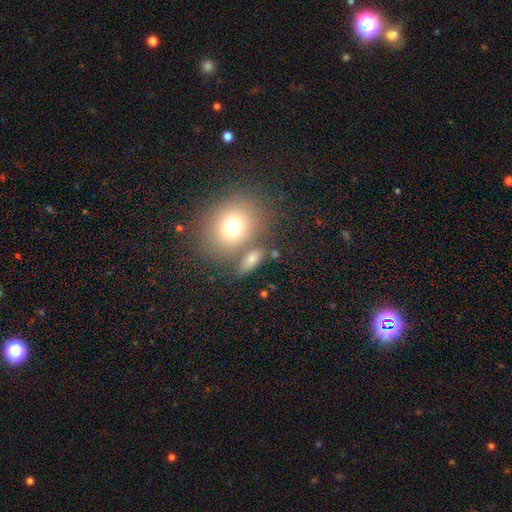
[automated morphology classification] Q: Smooth or featured?
A: smooth (73%); runner-up: featured or disk (14%)
Q: How rounded?
A: in between (62%); runner-up: round (27%)
Q: Merging?
A: none (65%); runner-up: merger (19%)